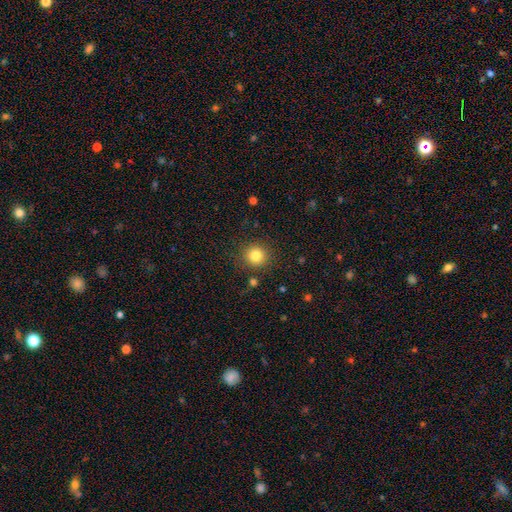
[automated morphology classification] type=smooth (82%); roundness=round (93%); merging=none (89%).